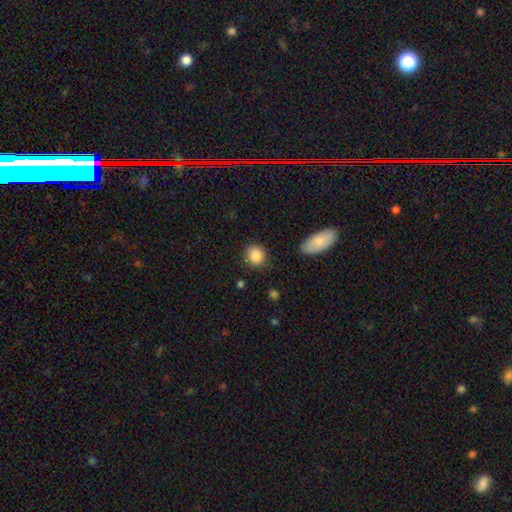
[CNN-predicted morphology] smooth_or_featured: smooth (p=0.88) [alt: star or artifact p=0.08]
how_rounded: round (p=0.75) [alt: in between p=0.23]
merging: none (p=0.83) [alt: minor disturbance p=0.12]